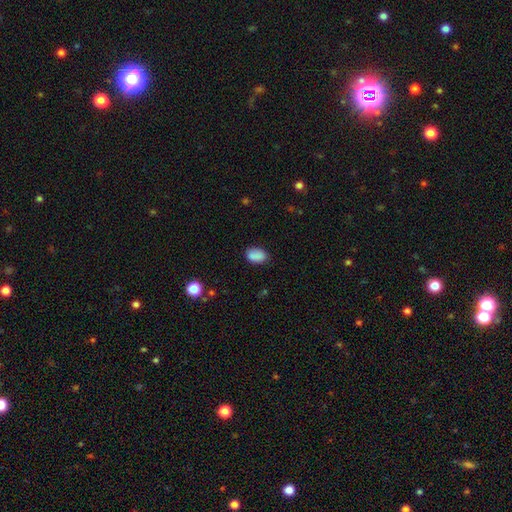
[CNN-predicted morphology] This appears to be a smooth galaxy with no disk features (87%) that is in between round and cigar-shaped (87%). Merging: none (81%).